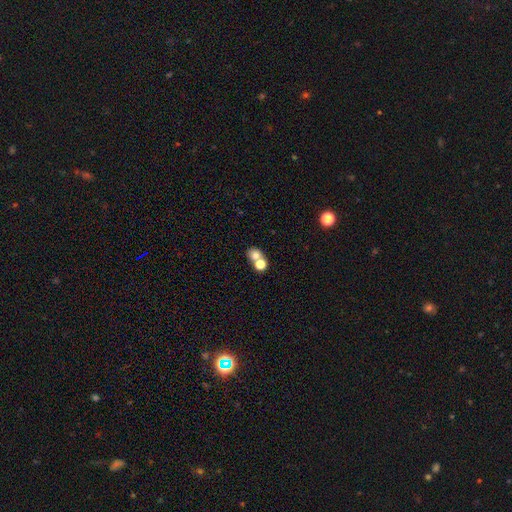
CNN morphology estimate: smooth-or-featured: smooth: 72% | star or artifact: 14% | featured or disk: 14%
  how-rounded: round: 65% | in between: 33% | cigar-shaped: 1%
  merging: merger: 49% | none: 41% | minor disturbance: 7% | major disturbance: 4%